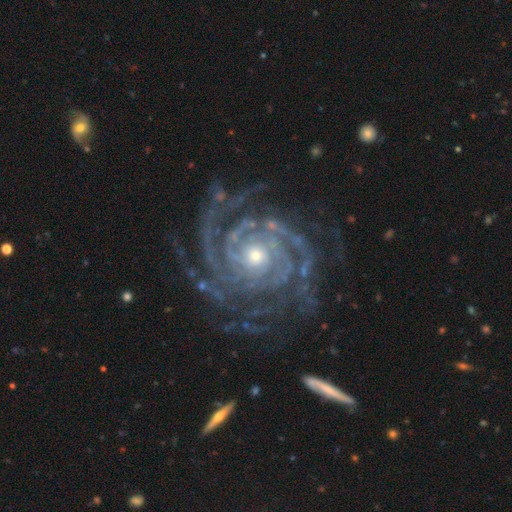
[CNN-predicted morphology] Overall: featured or disk (93%). Edge-on disk: no (98%). Bar: no (73%). Spiral arms: yes (99%). Spiral arm count: 4 (23%, tied with 3). Spiral winding: tight (81%). Bulge size: small (50%; moderate 46%). Merging: none (75%).